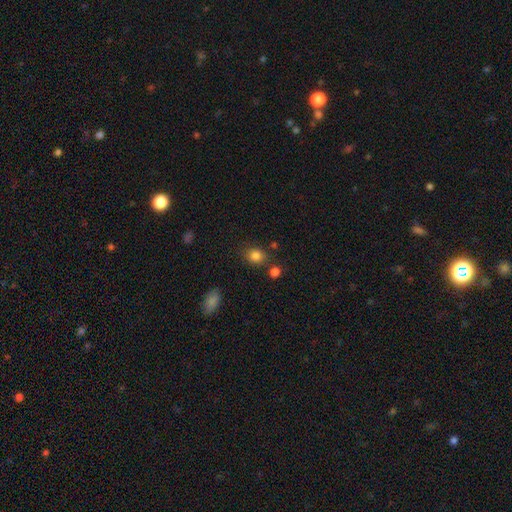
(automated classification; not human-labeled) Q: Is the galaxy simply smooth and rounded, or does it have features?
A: smooth — 83%.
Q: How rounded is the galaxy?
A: round — 67%.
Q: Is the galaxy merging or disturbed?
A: none — 75%.